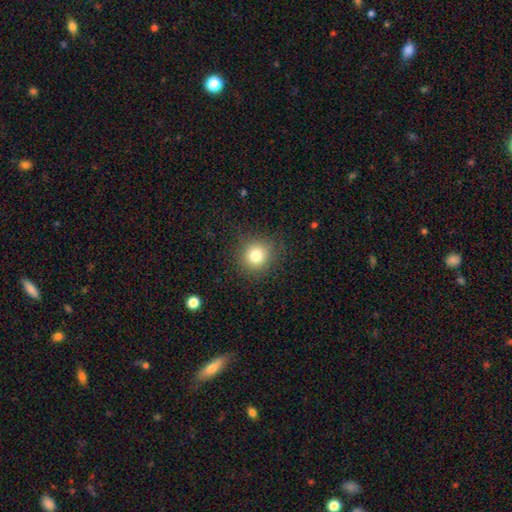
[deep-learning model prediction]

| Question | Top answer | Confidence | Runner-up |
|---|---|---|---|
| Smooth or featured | smooth | 80% | star or artifact (12%) |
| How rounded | round | 90% | in between (9%) |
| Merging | none | 86% | minor disturbance (9%) |